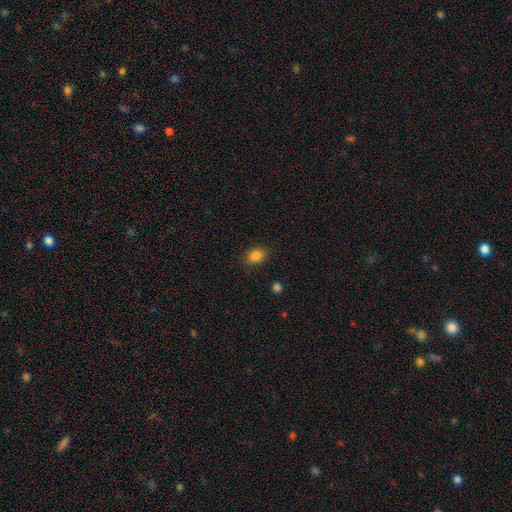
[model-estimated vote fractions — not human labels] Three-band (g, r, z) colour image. It shows a smooth galaxy with no disk features (84%) that is in between round and cigar-shaped (63%). Merging: none (85%).